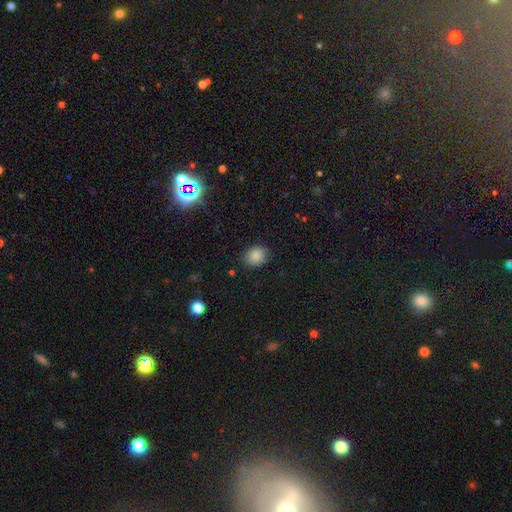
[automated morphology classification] smooth 87%, star or artifact 10%, featured or disk 3%. Down the decision tree: how rounded — round (59%); merging — none (85%).